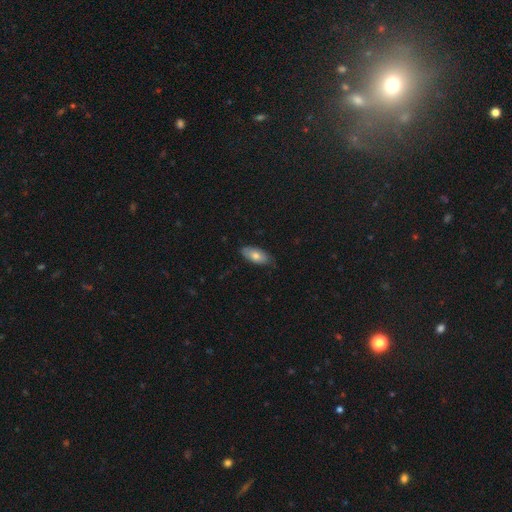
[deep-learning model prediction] smooth 71%, featured or disk 23%, star or artifact 6%. Down the decision tree: how rounded — in between (88%); merging — none (77%).